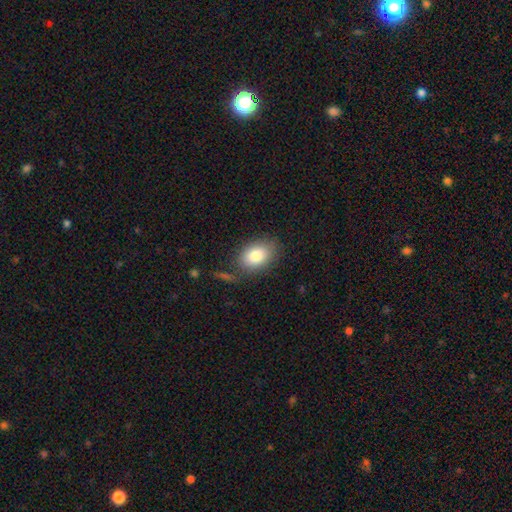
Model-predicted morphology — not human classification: This is clearly a smooth galaxy (82%). How rounded: clearly in between (84%). Merging: likely none (76%).